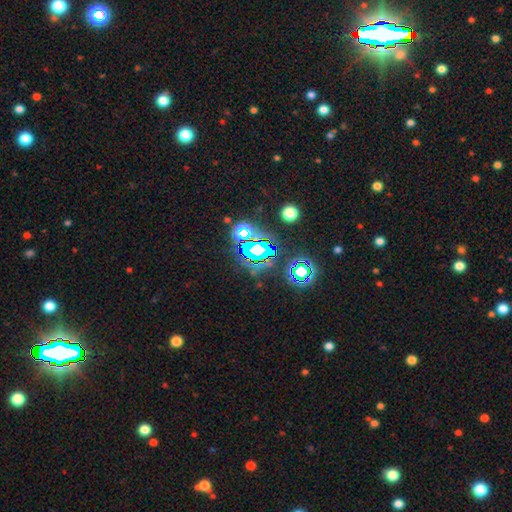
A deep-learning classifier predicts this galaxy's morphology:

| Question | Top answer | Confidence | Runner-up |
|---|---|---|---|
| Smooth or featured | star or artifact | 74% | smooth (16%) |